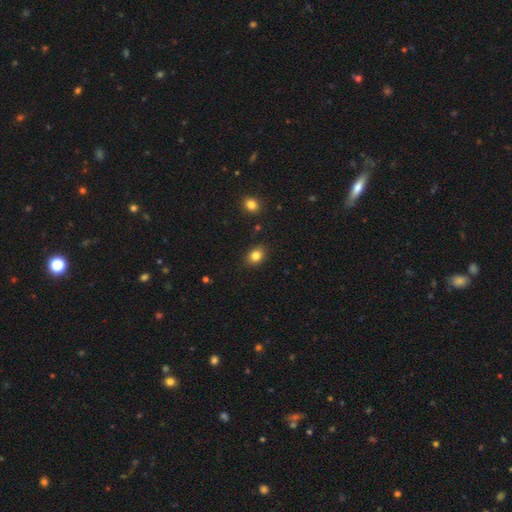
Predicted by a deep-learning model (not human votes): A smooth galaxy with no disk features (83%) that is round (51%).

Vote fractions:
- Smooth or featured? smooth: 83% / star or artifact: 11% / featured or disk: 6%
- How rounded? round: 51% / in between: 48% / cigar-shaped: 1%
- Merging? none: 87% / minor disturbance: 9% / major disturbance: 2% / merger: 2%